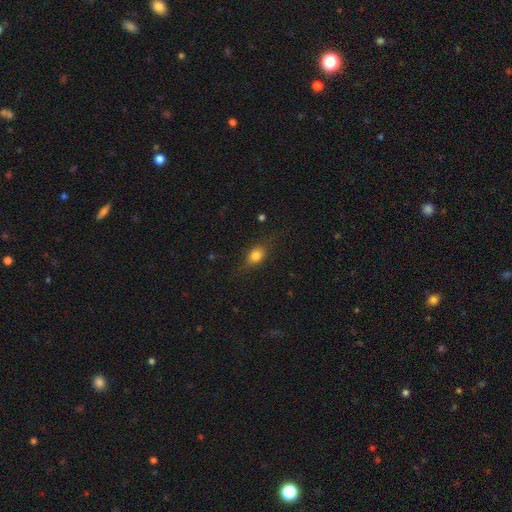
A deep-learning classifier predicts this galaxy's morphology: smooth 71%, featured or disk 19%, star or artifact 11%. Down the decision tree: how rounded — in between (61%); merging — none (72%).